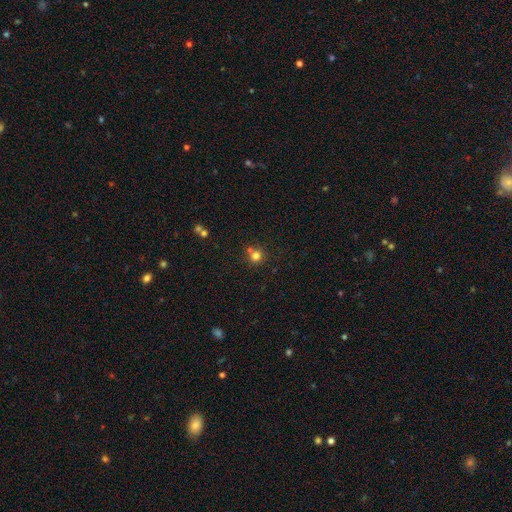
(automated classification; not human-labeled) A smooth galaxy with no disk features (77%) that is round (92%).

Vote fractions:
- Smooth or featured? smooth: 77% / star or artifact: 15% / featured or disk: 8%
- How rounded? round: 92% / in between: 7% / cigar-shaped: 1%
- Merging? none: 67% / merger: 22% / minor disturbance: 8% / major disturbance: 3%